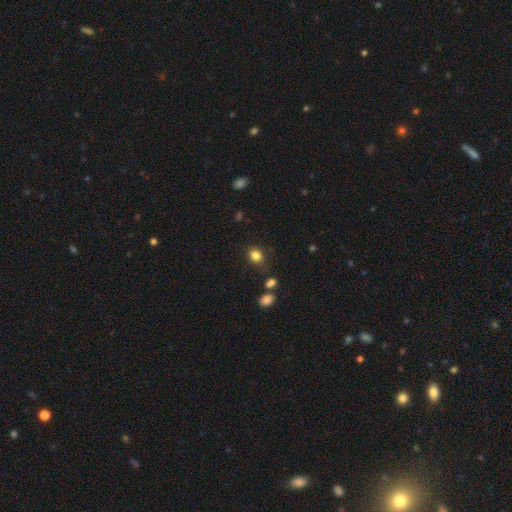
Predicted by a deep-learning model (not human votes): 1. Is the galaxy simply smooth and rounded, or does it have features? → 83% smooth, 11% star or artifact, 5% featured or disk.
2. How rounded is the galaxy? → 50% round, 49% in between, 1% cigar-shaped.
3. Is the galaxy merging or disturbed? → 81% none, 12% minor disturbance, 4% major disturbance, 3% merger.